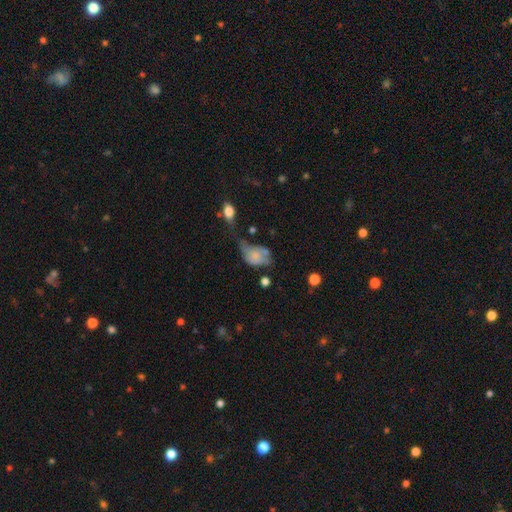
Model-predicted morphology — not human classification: Smooth or featured?
  - smooth: 62% *
  - featured or disk: 29%
  - star or artifact: 9%
How rounded?
  - in between: 79% *
  - round: 20%
  - cigar-shaped: 2%
Merging?
  - major disturbance: 31% *
  - minor disturbance: 29%
  - none: 21%
  - merger: 19%